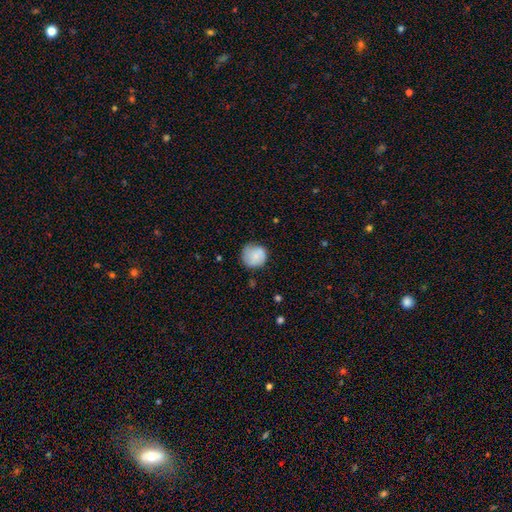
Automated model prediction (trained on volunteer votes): smooth_or_featured: smooth (p=0.71) [alt: featured or disk p=0.21]
how_rounded: round (p=0.89) [alt: in between p=0.10]
merging: none (p=0.67) [alt: minor disturbance p=0.25]